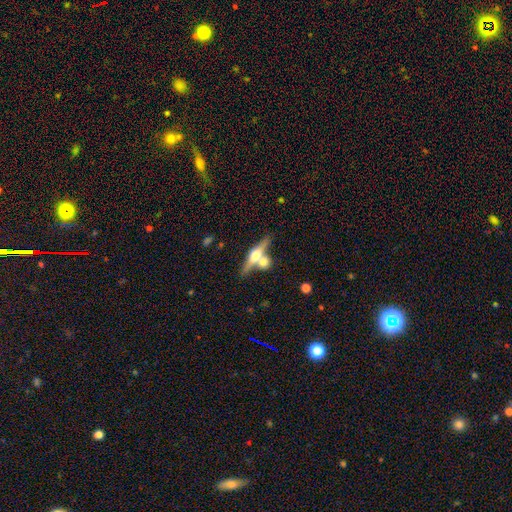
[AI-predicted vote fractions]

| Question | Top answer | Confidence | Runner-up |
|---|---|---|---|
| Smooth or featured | featured or disk | 66% | smooth (28%) |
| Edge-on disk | yes | 94% | no (6%) |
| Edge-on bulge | rounded | 94% | boxy (4%) |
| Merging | none | 57% | merger (30%) |